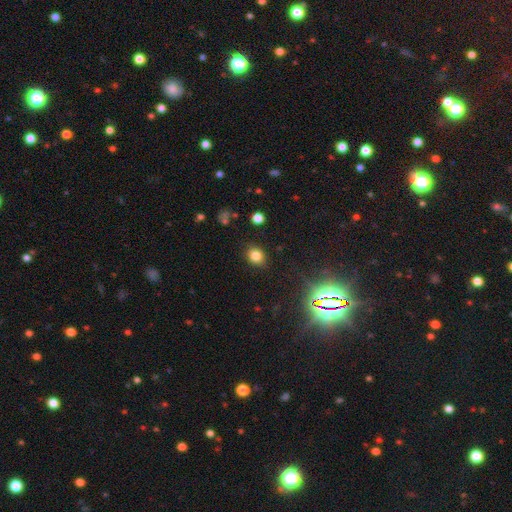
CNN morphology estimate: Overall: smooth (79%). How rounded: round (55%; in between 44%). Merging: none (87%).